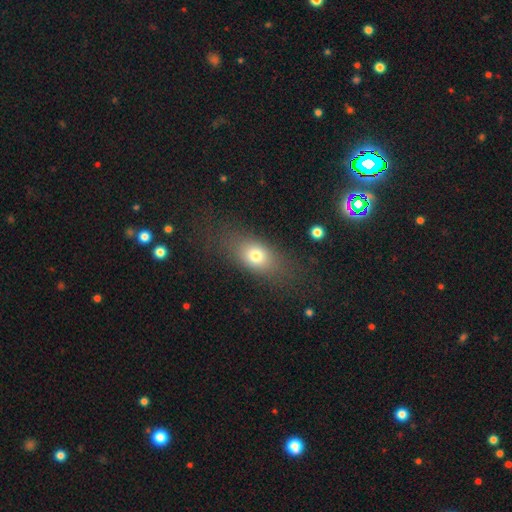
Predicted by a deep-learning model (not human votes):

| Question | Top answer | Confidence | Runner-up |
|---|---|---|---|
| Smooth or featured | smooth | 74% | featured or disk (15%) |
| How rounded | in between | 72% | round (20%) |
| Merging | none | 74% | minor disturbance (13%) |